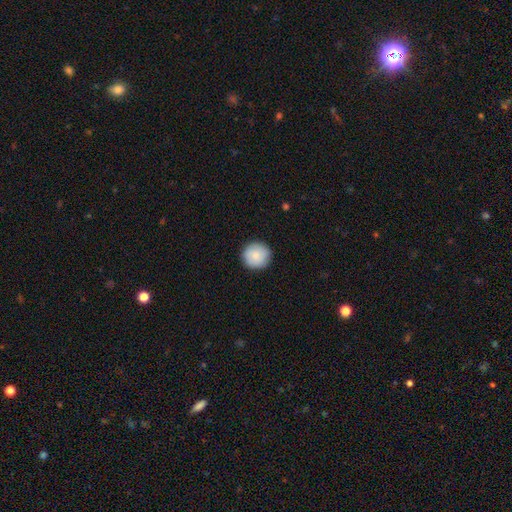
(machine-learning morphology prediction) This appears to be a smooth galaxy with no disk features (84%) that is round (95%). Merging: none (91%).